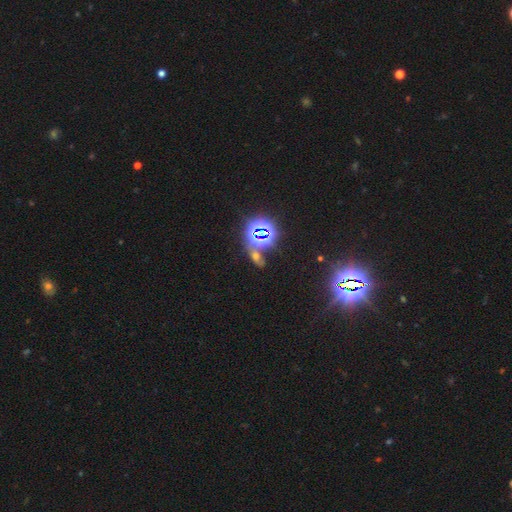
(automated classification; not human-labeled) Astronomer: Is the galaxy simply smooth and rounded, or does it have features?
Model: star or artifact — 56%.